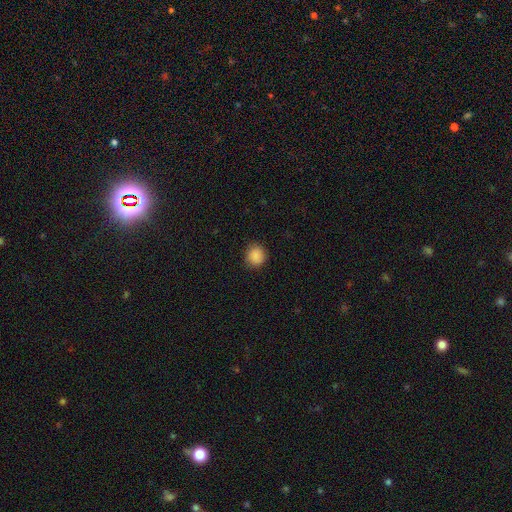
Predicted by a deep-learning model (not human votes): Smooth or featured?
  - smooth: 88% *
  - star or artifact: 9%
  - featured or disk: 3%
How rounded?
  - round: 87% *
  - in between: 12%
  - cigar-shaped: 1%
Merging?
  - none: 84% *
  - minor disturbance: 12%
  - major disturbance: 3%
  - merger: 1%